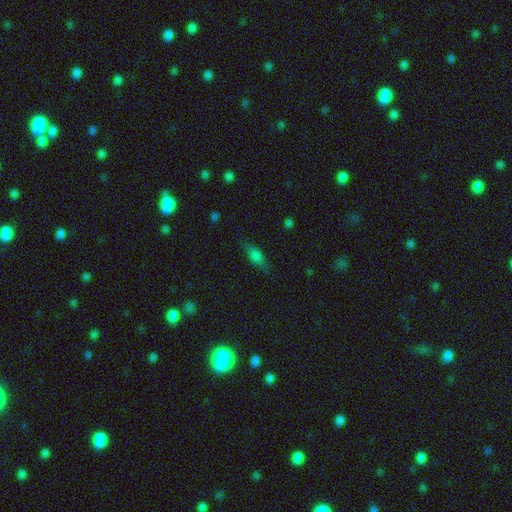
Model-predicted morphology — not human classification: Smooth or featured: smooth — 69% (featured or disk — 19%)
How rounded: in between — 66% (cigar-shaped — 30%)
Merging: none — 74% (minor disturbance — 19%)